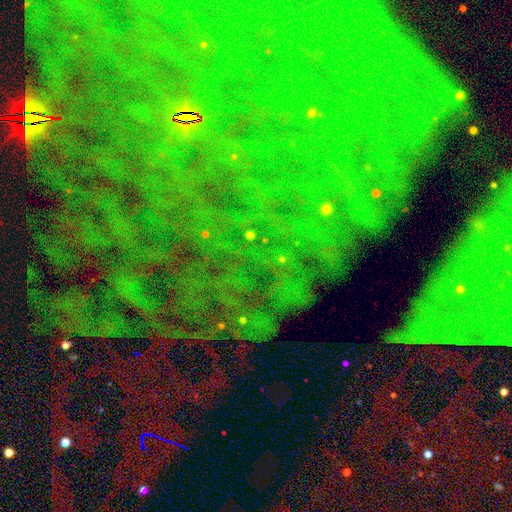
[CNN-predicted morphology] Overall: star or artifact (84%).